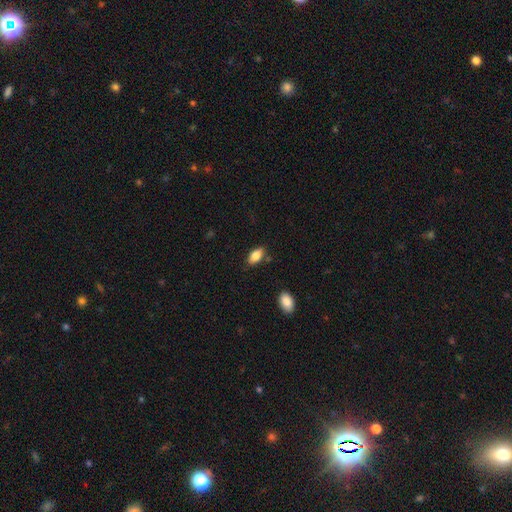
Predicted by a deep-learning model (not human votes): Morphology: type=smooth (85%); roundness=in between (91%); merging=none (80%).